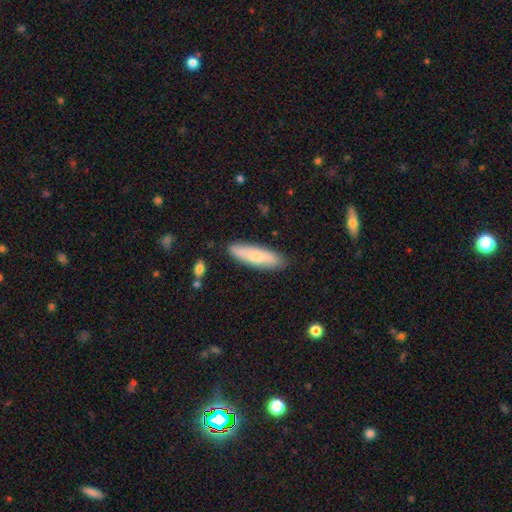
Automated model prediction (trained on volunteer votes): Q: Smooth or featured?
A: smooth (65%); runner-up: featured or disk (30%)
Q: How rounded?
A: cigar-shaped (62%); runner-up: in between (37%)
Q: Merging?
A: none (85%); runner-up: minor disturbance (11%)